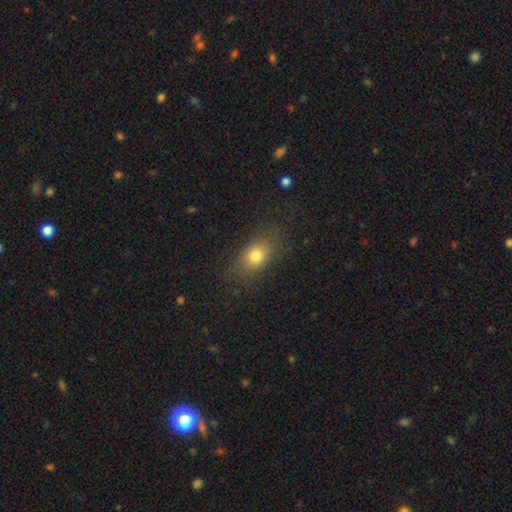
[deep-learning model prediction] Smooth or featured? smooth (77%)
How rounded? in between (71%)
Merging? none (81%)